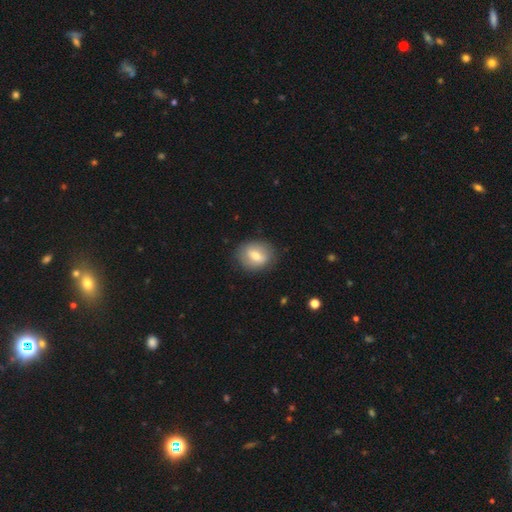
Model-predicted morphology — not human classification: The model was most divided on "how rounded": in between: 55%, round: 43%, cigar-shaped: 2%. More confident: merging — none (81%); smooth or featured — smooth (61%).